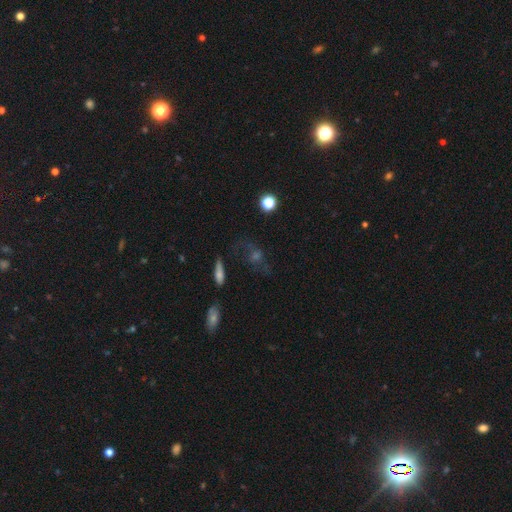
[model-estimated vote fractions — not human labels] Smooth or featured? Predicted: featured or disk (p=0.35). Merging? Predicted: none (p=0.56).